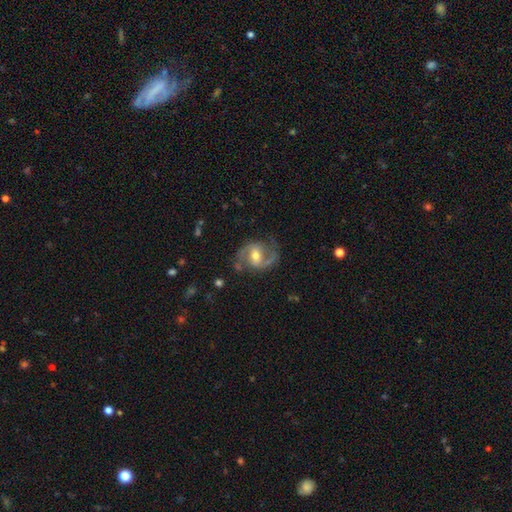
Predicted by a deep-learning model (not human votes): Smooth or featured?
  - featured or disk: 87% *
  - smooth: 8%
  - star or artifact: 6%
Edge-on disk?
  - no: 98% *
  - yes: 2%
Bar?
  - weak: 48% *
  - no: 29%
  - strong: 23%
Spiral arms?
  - yes: 96% *
  - no: 4%
Spiral winding?
  - medium: 58% *
  - loose: 28%
  - tight: 14%
Spiral arm count?
  - 2: 92% *
  - can't tell: 3%
  - 1: 2%
  - 3: 1%
  - 4: 1%
  - more than 4: 1%
Bulge size?
  - moderate: 65% *
  - small: 27%
  - large: 6%
  - none: 1%
  - dominant: 1%
Merging?
  - none: 75% *
  - minor disturbance: 16%
  - major disturbance: 8%
  - merger: 2%